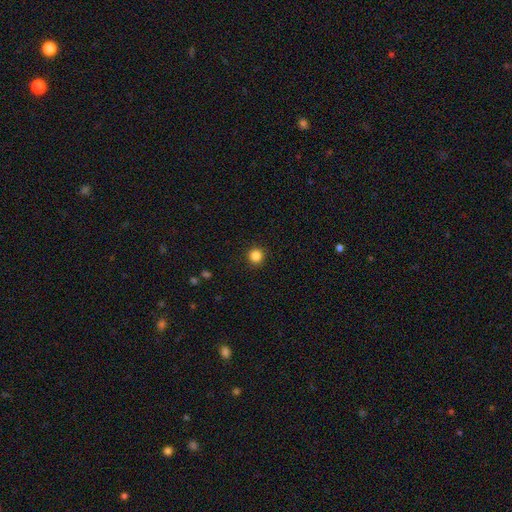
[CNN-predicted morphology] Q: Smooth or featured?
A: smooth (85%); runner-up: star or artifact (11%)
Q: How rounded?
A: round (95%); runner-up: in between (4%)
Q: Merging?
A: none (92%); runner-up: minor disturbance (5%)